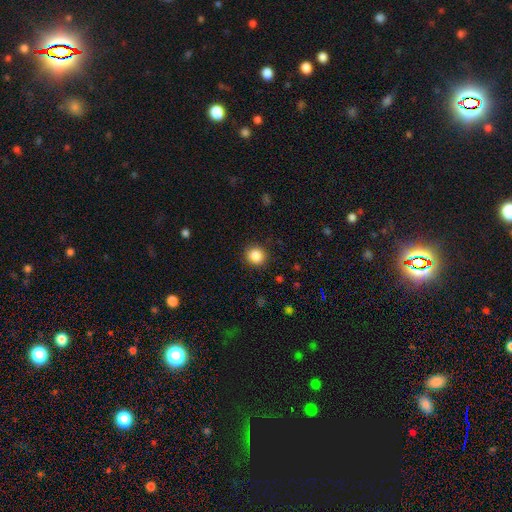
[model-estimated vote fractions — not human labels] Smooth or featured? Predicted: smooth (p=0.86). How rounded? Predicted: round (p=0.90). Merging? Predicted: none (p=0.90).